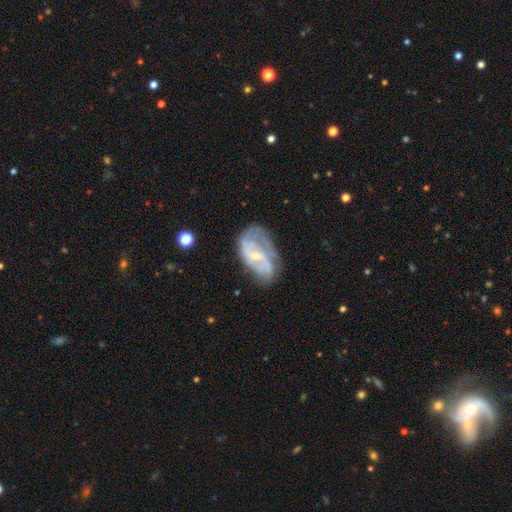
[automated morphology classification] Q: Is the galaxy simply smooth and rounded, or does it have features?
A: featured or disk — 79%.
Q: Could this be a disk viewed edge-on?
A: no — 96%.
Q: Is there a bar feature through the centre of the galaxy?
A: weak — 44%.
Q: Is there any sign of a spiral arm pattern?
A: yes — 88%.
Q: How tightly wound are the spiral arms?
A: medium — 44%.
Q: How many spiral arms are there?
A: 2 — 48%.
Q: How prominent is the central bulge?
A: small — 67%.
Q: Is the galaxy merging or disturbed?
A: none — 52%.